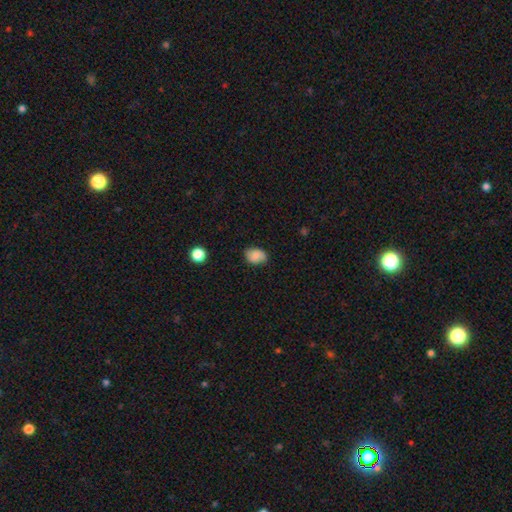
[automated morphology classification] Smooth or featured? smooth (80%)
How rounded? in between (70%)
Merging? none (77%)